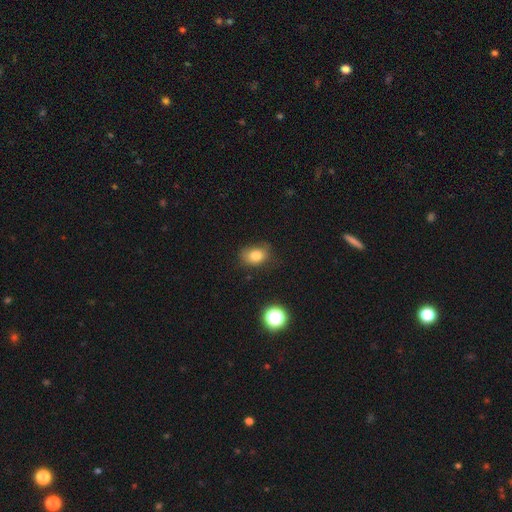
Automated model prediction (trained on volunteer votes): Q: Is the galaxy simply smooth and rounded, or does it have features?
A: smooth — 81%.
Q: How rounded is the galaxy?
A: in between — 69%.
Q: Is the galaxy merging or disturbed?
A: none — 69%.